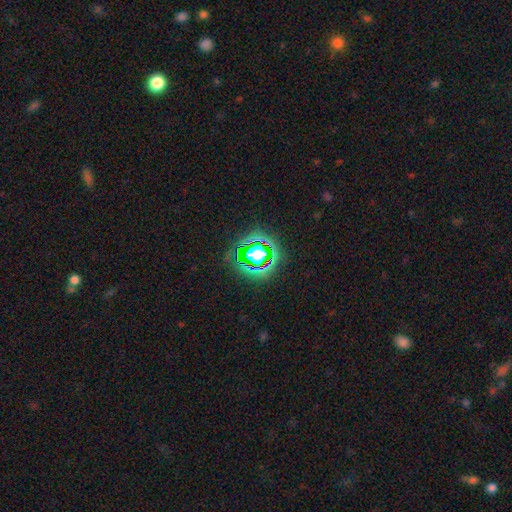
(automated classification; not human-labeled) Smooth or featured? star or artifact (78%)